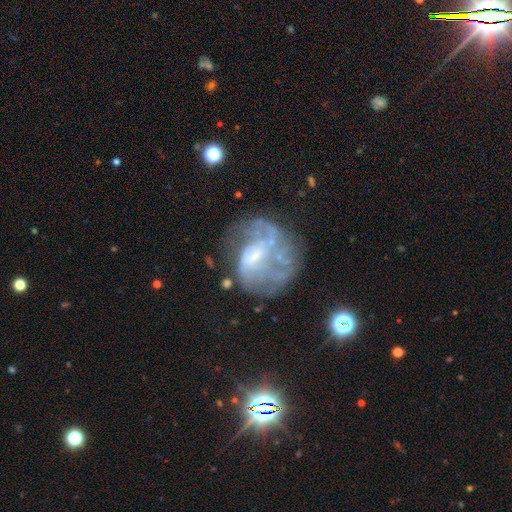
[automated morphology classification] A featured or disk galaxy (72%) with no bar (49%), spiral arms (63%) and a small central bulge (46%). Merging: none (40%).